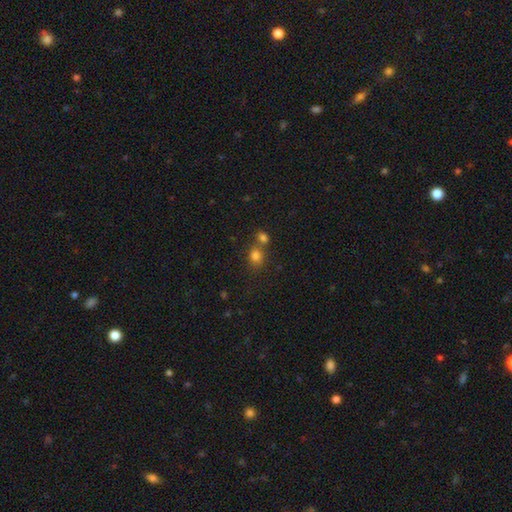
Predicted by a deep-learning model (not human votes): smooth-or-featured: smooth: 79% | star or artifact: 14% | featured or disk: 7%
  how-rounded: round: 60% | in between: 39% | cigar-shaped: 1%
  merging: none: 52% | merger: 35% | minor disturbance: 9% | major disturbance: 4%